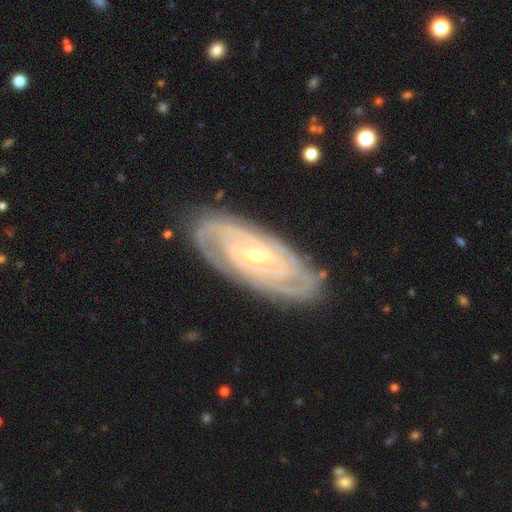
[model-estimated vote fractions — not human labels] Smooth or featured? featured or disk (89%)
Edge-on disk? no (93%)
Bar? no (46%)
Spiral arms? yes (97%)
Spiral winding? tight (81%)
Spiral arm count? can't tell (27%)
Bulge size? small (71%)
Merging? none (83%)